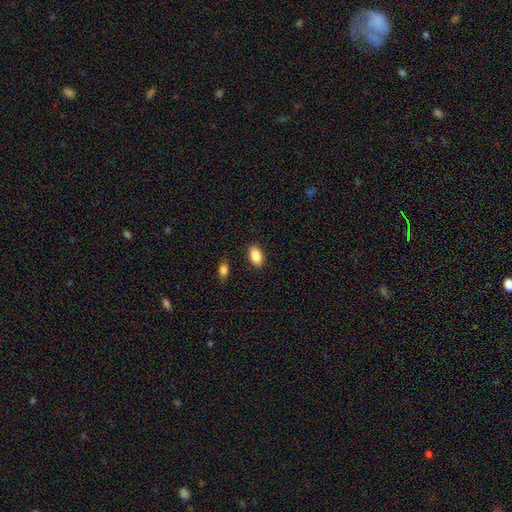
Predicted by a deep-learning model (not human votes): Q: Smooth or featured?
A: smooth (87%); runner-up: star or artifact (7%)
Q: How rounded?
A: in between (92%); runner-up: cigar-shaped (4%)
Q: Merging?
A: none (87%); runner-up: minor disturbance (9%)